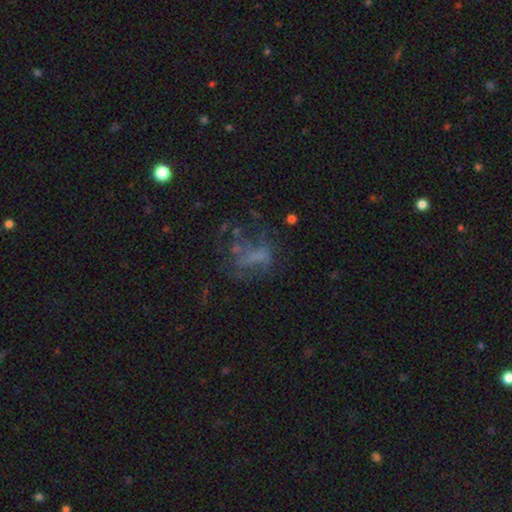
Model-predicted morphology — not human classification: Smooth or featured: featured or disk — 44% (smooth — 31%)
Merging: none — 42% (major disturbance — 35%)